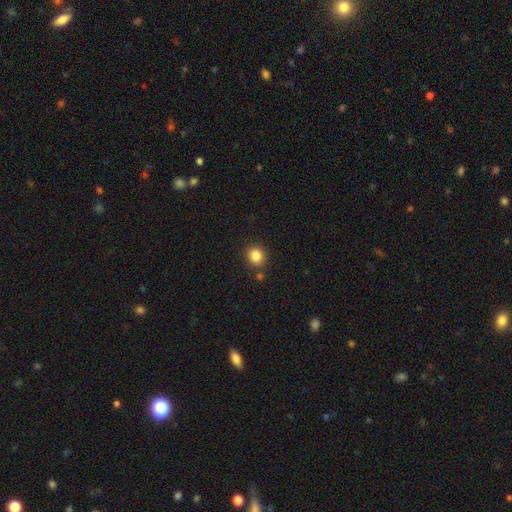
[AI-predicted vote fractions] smooth-or-featured: smooth: 84% | star or artifact: 11% | featured or disk: 5%
  how-rounded: round: 82% | in between: 17% | cigar-shaped: 1%
  merging: none: 84% | minor disturbance: 8% | merger: 6% | major disturbance: 2%